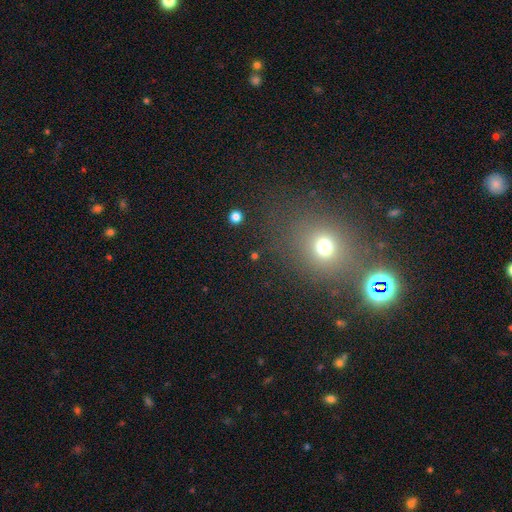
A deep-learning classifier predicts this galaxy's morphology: Smooth or featured? smooth (53%)
How rounded? round (69%)
Merging? none (76%)